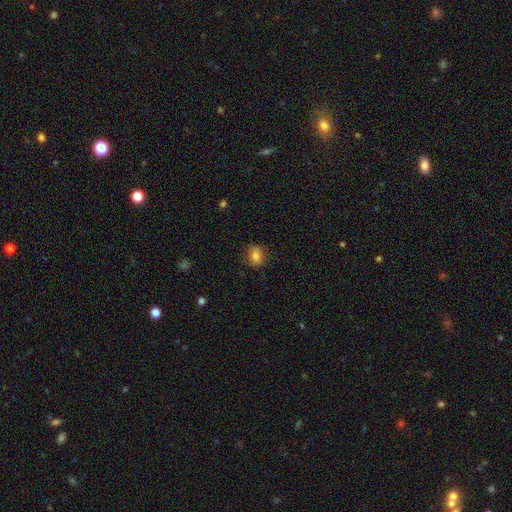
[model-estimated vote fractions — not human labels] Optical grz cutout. It shows a smooth galaxy with no disk features (83%) that is in between round and cigar-shaped (54%). Merging: none (81%).